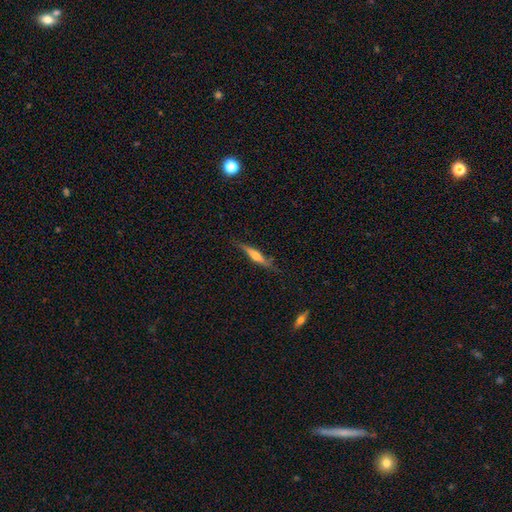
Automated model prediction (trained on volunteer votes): smooth_or_featured: featured or disk (p=0.58) [alt: smooth p=0.36]
disk_edge_on: yes (p=0.94) [alt: no p=0.06]
edge_on_bulge: rounded (p=0.80) [alt: boxy p=0.11]
merging: none (p=0.76) [alt: minor disturbance p=0.18]